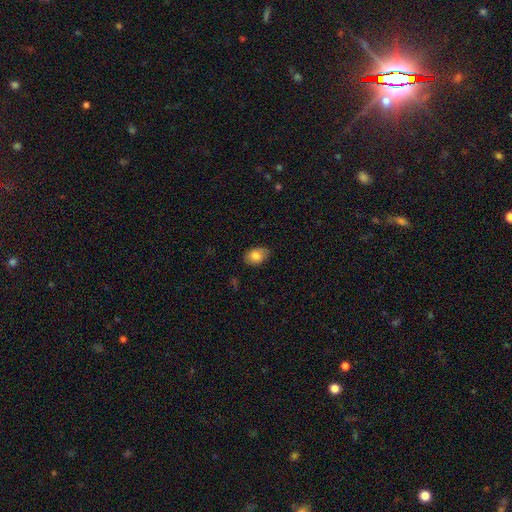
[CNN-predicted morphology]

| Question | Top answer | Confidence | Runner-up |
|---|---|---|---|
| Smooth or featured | smooth | 82% | featured or disk (10%) |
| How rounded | in between | 82% | round (16%) |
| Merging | none | 80% | minor disturbance (16%) |